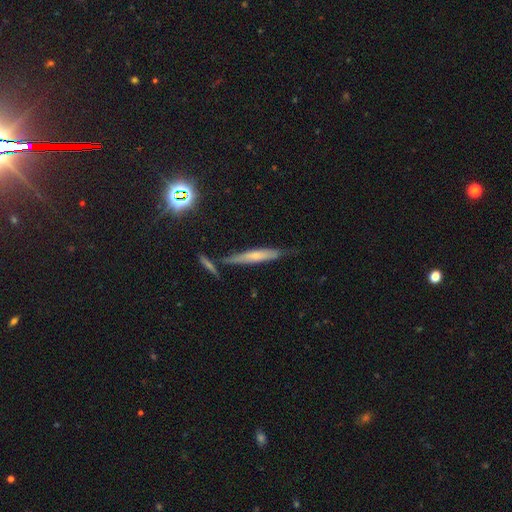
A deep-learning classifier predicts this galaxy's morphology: This is possibly a smooth galaxy (48%). Merging: likely none (68%).